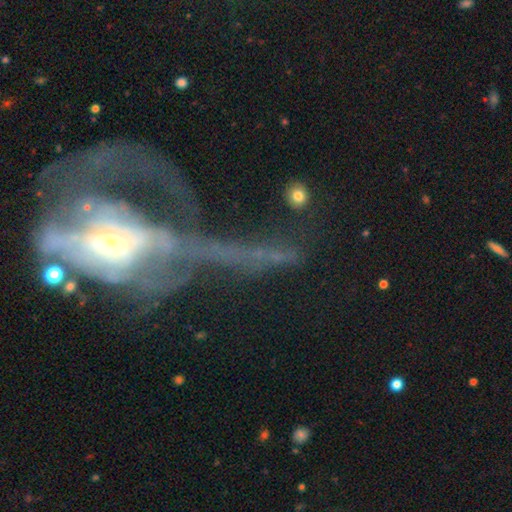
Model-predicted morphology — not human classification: smooth-or-featured: featured or disk: 64% | smooth: 18% | star or artifact: 18%
  disk-edge-on: no: 80% | yes: 20%
    bar: no: 59% | weak: 23% | strong: 18%
    has-spiral-arms: no: 60% | yes: 40%
    bulge-size: moderate: 57% | small: 27% | large: 10% | none: 4% | dominant: 3%
  merging: major disturbance: 56% | none: 18% | merger: 16% | minor disturbance: 10%